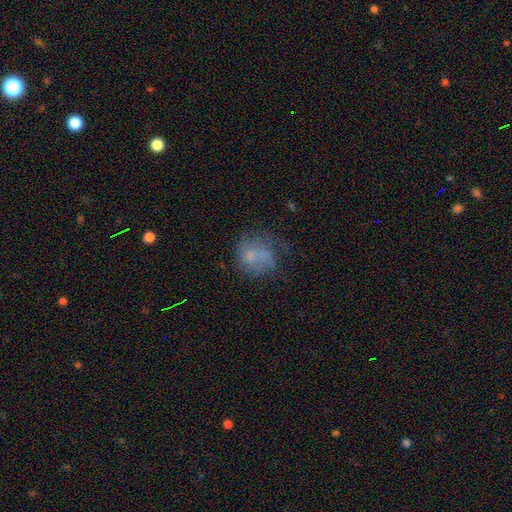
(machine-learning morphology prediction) Smooth or featured? smooth (56%)
How rounded? round (64%)
Merging? none (42%)